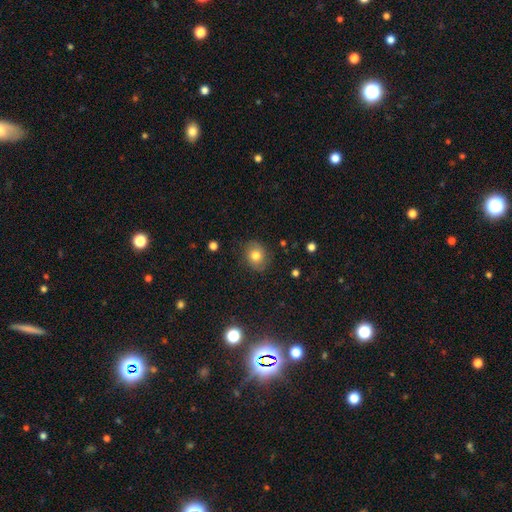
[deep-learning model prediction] A smooth galaxy with no disk features (69%) that is round (66%).

Vote fractions:
- Smooth or featured? smooth: 69% / featured or disk: 19% / star or artifact: 12%
- How rounded? round: 66% / in between: 33% / cigar-shaped: 1%
- Merging? none: 81% / minor disturbance: 13% / major disturbance: 4% / merger: 1%